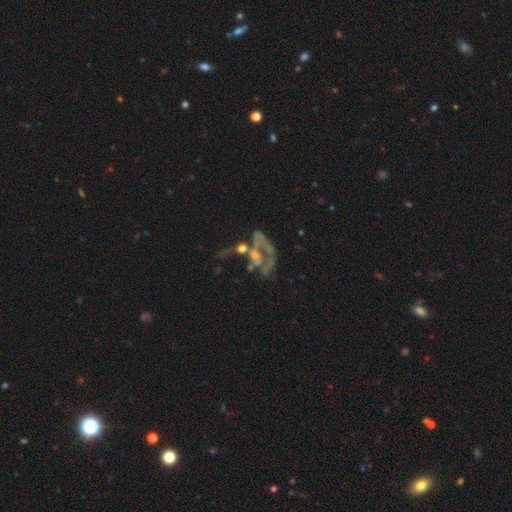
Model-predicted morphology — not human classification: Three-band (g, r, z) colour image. It shows a featured or disk galaxy (68%) with no bar (73%), no spiral arms (58%) and a small central bulge (36%). Merging: merger (37%).